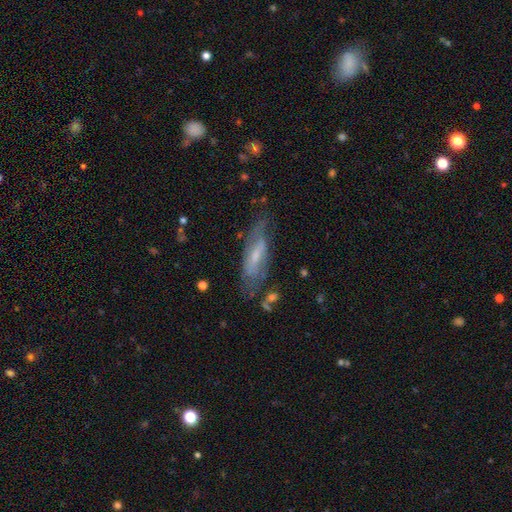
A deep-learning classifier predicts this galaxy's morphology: Overall: featured or disk (59%; smooth 33%). Edge-on disk: no (68%; yes 32%). Merging: none (62%; minor disturbance 24%).